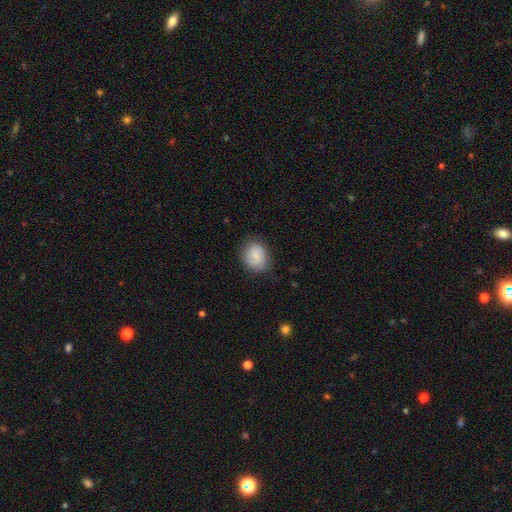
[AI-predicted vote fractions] Overall: smooth (71%). How rounded: round (62%; in between 37%). Merging: none (78%).